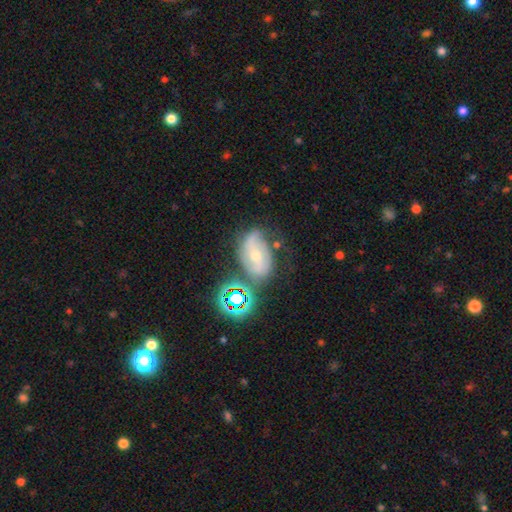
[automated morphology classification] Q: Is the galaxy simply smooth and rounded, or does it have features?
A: featured or disk — 63%.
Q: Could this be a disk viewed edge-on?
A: no — 95%.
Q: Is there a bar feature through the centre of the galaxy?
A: no — 44%.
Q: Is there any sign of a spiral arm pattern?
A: yes — 85%.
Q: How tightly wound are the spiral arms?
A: medium — 42%.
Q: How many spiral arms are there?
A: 2 — 71%.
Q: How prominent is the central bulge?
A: moderate — 54%.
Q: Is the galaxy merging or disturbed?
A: none — 51%.